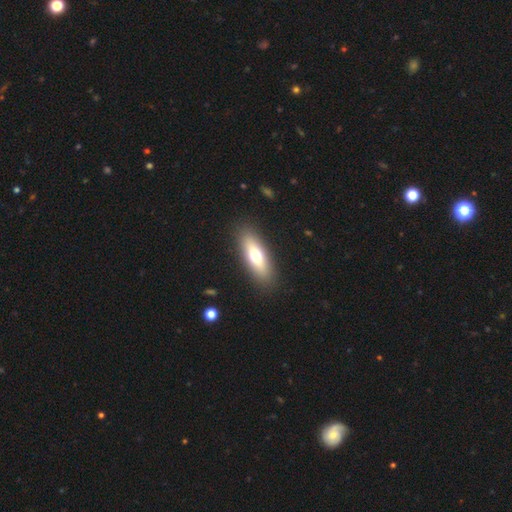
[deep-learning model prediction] smooth_or_featured: smooth (p=0.65) [alt: featured or disk p=0.28]
how_rounded: in between (p=0.59) [alt: cigar-shaped p=0.38]
merging: none (p=0.89) [alt: minor disturbance p=0.08]